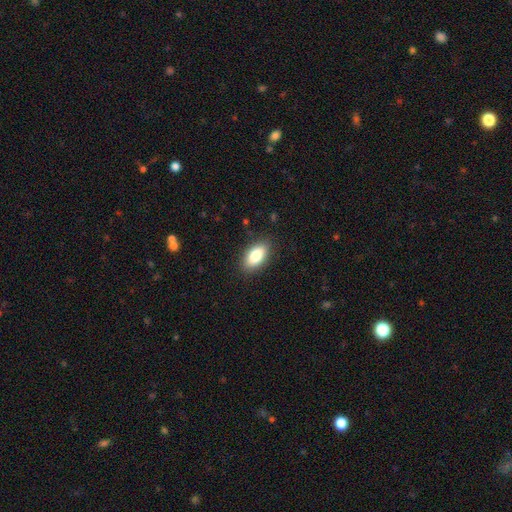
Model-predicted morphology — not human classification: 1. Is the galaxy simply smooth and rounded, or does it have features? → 82% smooth, 11% featured or disk, 7% star or artifact.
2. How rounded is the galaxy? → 90% in between, 6% cigar-shaped, 4% round.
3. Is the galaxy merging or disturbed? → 86% none, 10% minor disturbance, 3% major disturbance, 1% merger.